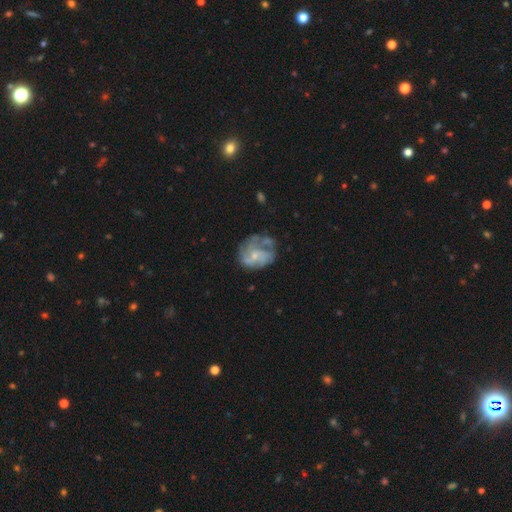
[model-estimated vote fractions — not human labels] Smooth or featured: featured or disk — 68% (smooth — 24%)
Edge-on disk: no — 98% (yes — 2%)
Bar: no — 74% (weak — 22%)
Spiral arms: yes — 69% (no — 31%)
Bulge size: small — 63% (moderate — 25%)
Merging: none — 49% (minor disturbance — 23%)